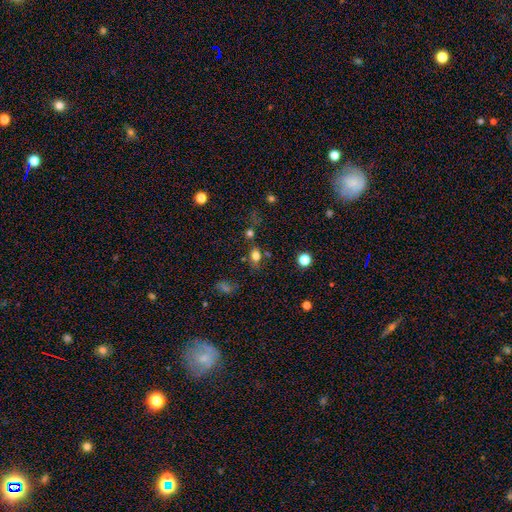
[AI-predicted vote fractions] Smooth or featured? Predicted: smooth (p=0.78). How rounded? Predicted: in between (p=0.68). Merging? Predicted: none (p=0.65).